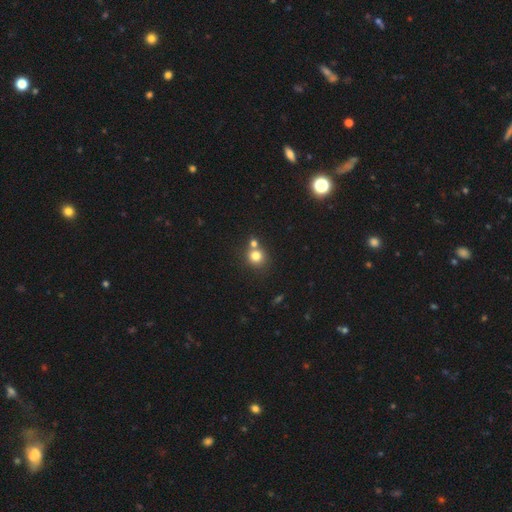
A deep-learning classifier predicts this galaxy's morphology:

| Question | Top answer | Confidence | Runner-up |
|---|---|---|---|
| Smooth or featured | smooth | 78% | star or artifact (13%) |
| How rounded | round | 87% | in between (12%) |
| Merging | none | 58% | merger (31%) |